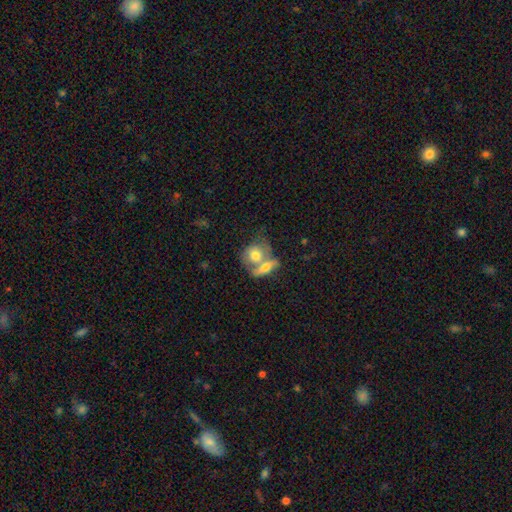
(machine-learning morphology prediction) Smooth or featured: smooth — 63% (featured or disk — 30%)
How rounded: round — 52% (in between — 42%)
Merging: merger — 60% (none — 26%)